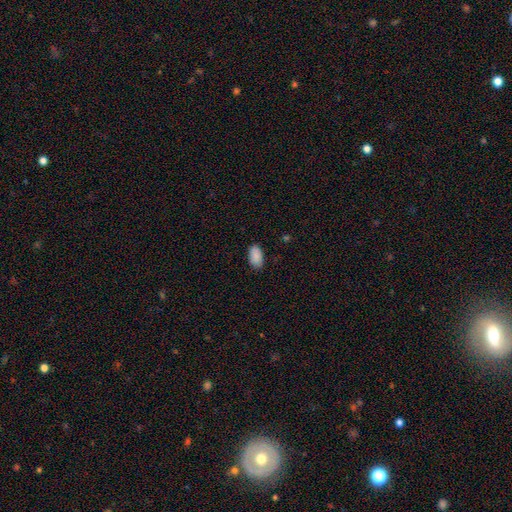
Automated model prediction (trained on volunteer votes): Overall: smooth (89%). How rounded: in between (94%). Merging: none (85%).